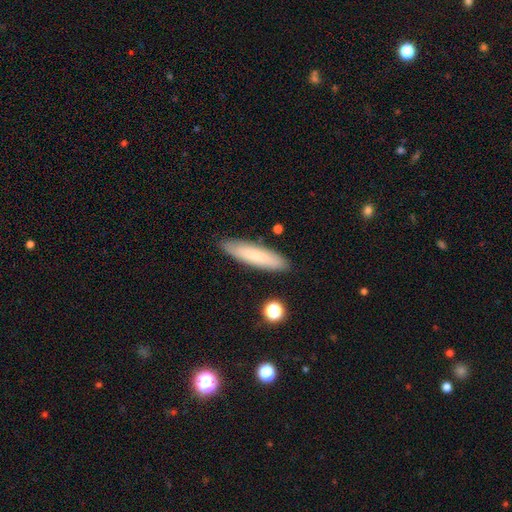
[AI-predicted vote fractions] smooth 77%, featured or disk 17%, star or artifact 7%. Down the decision tree: how rounded — cigar-shaped (80%); merging — none (87%).